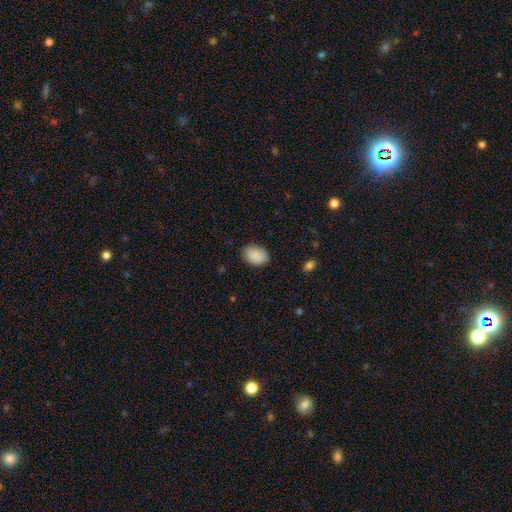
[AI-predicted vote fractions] A smooth galaxy with no disk features (88%) that is in between round and cigar-shaped (70%).

Vote fractions:
- Smooth or featured? smooth: 88% / star or artifact: 7% / featured or disk: 4%
- How rounded? in between: 70% / round: 29% / cigar-shaped: 1%
- Merging? none: 81% / minor disturbance: 15% / major disturbance: 3% / merger: 1%